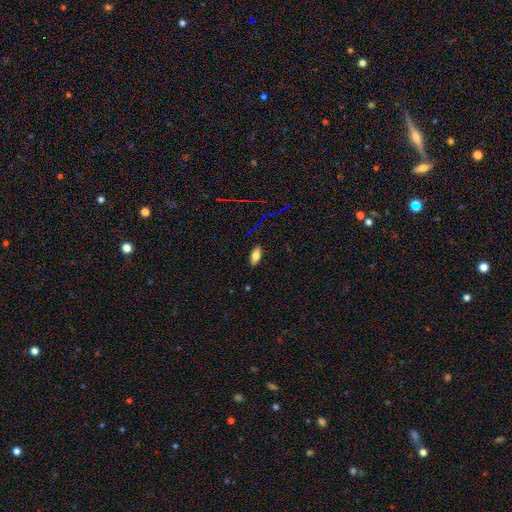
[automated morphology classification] This appears to be a smooth galaxy with no disk features (76%) that is in between round and cigar-shaped (88%). Merging: none (87%).